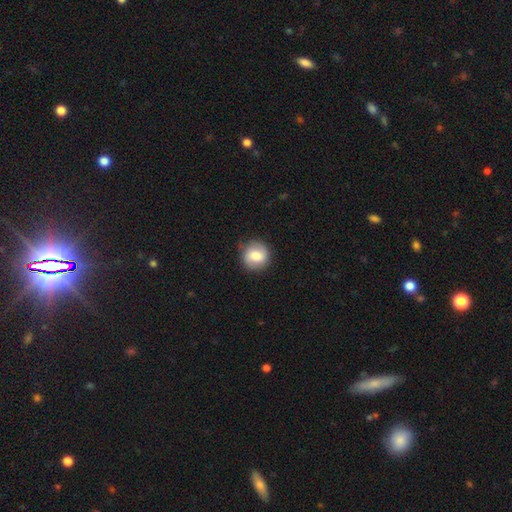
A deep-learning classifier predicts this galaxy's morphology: smooth_or_featured: smooth (p=0.69) [alt: featured or disk p=0.23]
how_rounded: round (p=0.90) [alt: in between p=0.09]
merging: none (p=0.85) [alt: minor disturbance p=0.11]